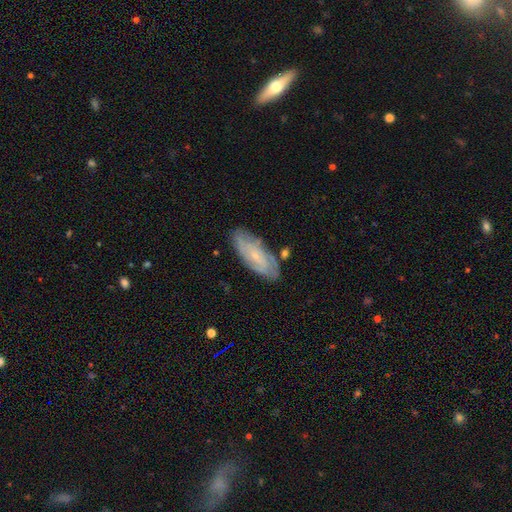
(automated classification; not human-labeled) smooth-or-featured: featured or disk: 59% | smooth: 34% | star or artifact: 7%
  disk-edge-on: no: 86% | yes: 14%
    bar: no: 67% | weak: 27% | strong: 6%
    has-spiral-arms: yes: 81% | no: 19%
    bulge-size: small: 77% | moderate: 14% | none: 7% | large: 1% | dominant: 1%
  merging: none: 75% | minor disturbance: 17% | merger: 4% | major disturbance: 4%